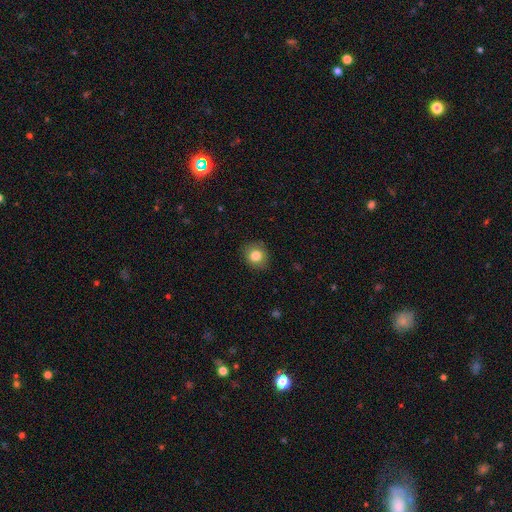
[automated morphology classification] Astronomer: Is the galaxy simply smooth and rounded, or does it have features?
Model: smooth — 83%.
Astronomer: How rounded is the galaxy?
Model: round — 80%.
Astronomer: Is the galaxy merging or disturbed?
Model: none — 86%.